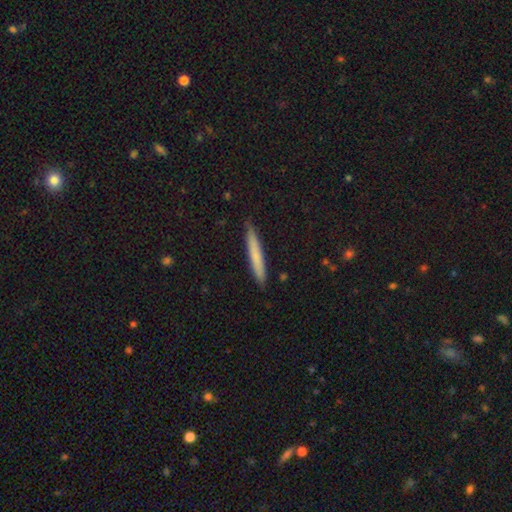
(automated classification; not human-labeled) This is likely a smooth galaxy (72%). How rounded: clearly cigar-shaped (96%). Merging: clearly none (89%).